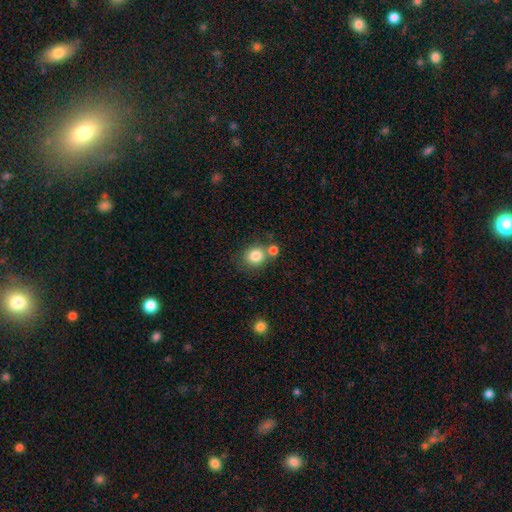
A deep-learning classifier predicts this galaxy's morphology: The model was most divided on "merging": none: 62%, merger: 24%, minor disturbance: 10%, major disturbance: 4%. More confident: smooth or featured — smooth (83%); how rounded — round (82%).